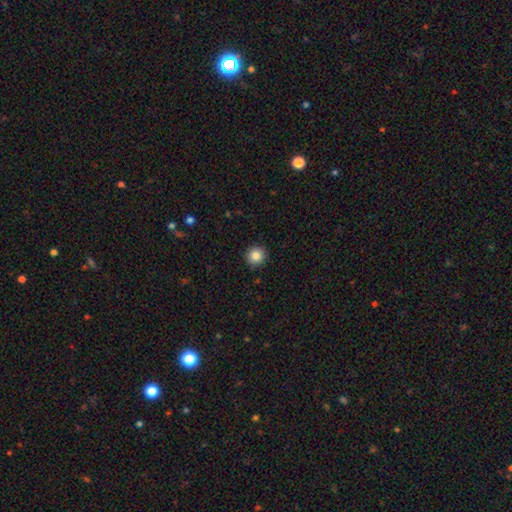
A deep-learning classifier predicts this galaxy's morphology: This appears to be a smooth galaxy with no disk features (85%) that is round (95%). Merging: none (91%).